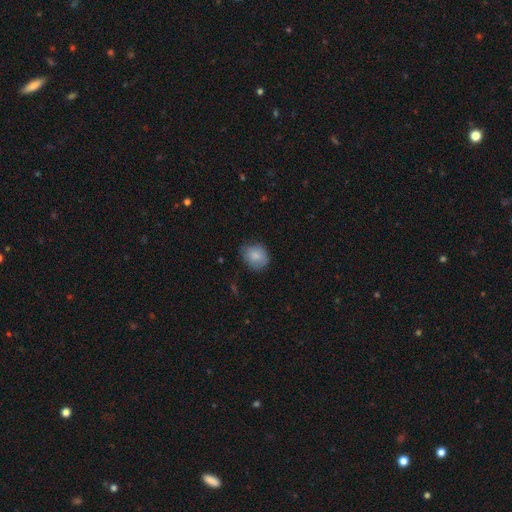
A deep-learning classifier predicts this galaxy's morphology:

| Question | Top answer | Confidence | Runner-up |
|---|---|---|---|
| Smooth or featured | smooth | 85% | star or artifact (8%) |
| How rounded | round | 59% | in between (40%) |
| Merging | none | 71% | minor disturbance (24%) |